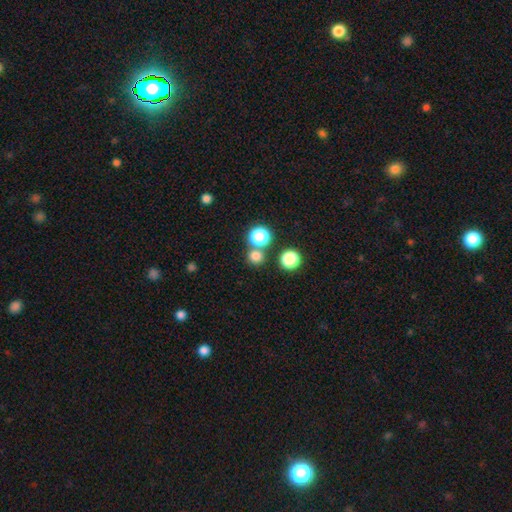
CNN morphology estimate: smooth-or-featured: smooth: 76% | star or artifact: 19% | featured or disk: 5%
  how-rounded: round: 91% | in between: 8% | cigar-shaped: 1%
  merging: none: 70% | merger: 21% | minor disturbance: 6% | major disturbance: 3%